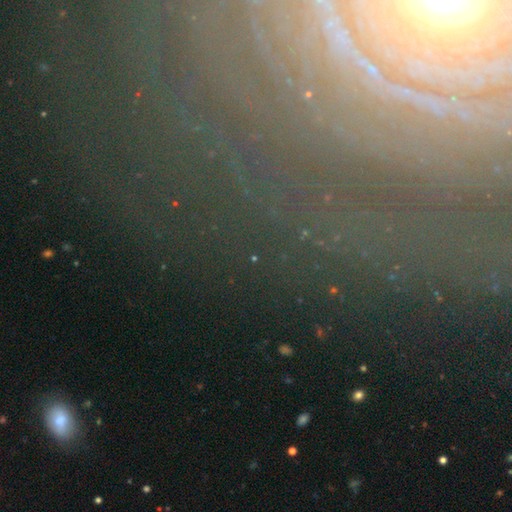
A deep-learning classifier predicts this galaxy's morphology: smooth-or-featured: star or artifact: 42% | featured or disk: 40% | smooth: 18%